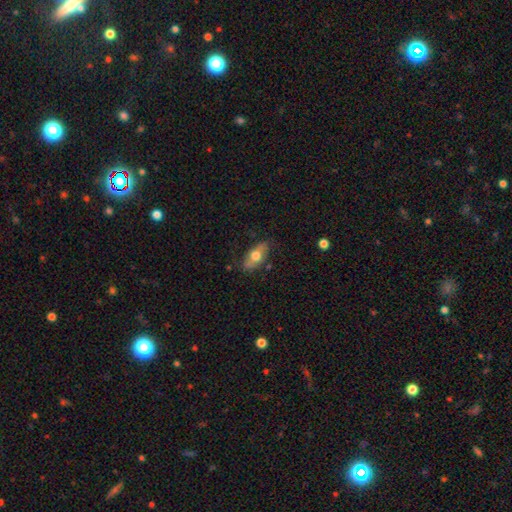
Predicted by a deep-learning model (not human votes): Morphology: type=smooth (60%); roundness=in between (85%); merging=none (74%).